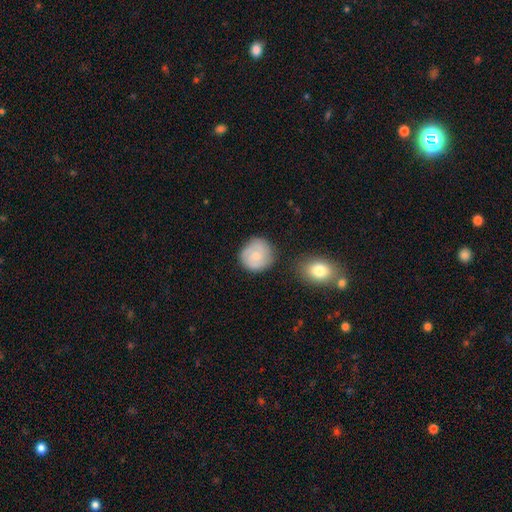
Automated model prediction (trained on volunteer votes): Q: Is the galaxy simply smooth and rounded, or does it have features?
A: smooth — 63%.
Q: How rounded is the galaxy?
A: round — 90%.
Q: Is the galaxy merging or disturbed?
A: none — 76%.